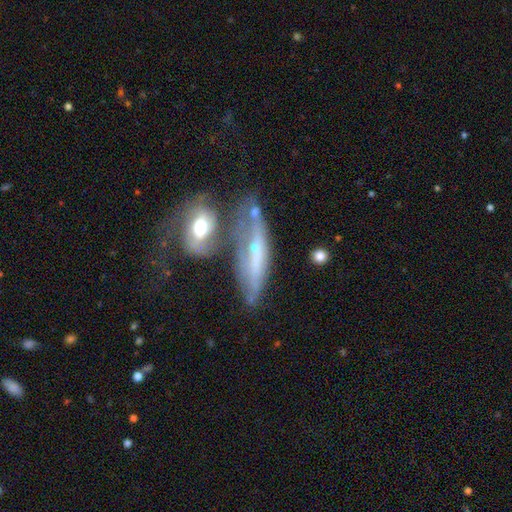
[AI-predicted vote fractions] smooth_or_featured: featured or disk (p=0.57) [alt: smooth p=0.34]
disk_edge_on: no (p=0.51) [alt: yes p=0.49]
merging: merger (p=0.33) [tied with: none p=0.33]